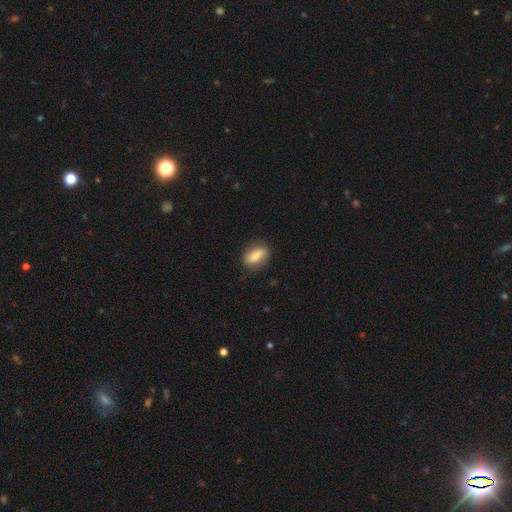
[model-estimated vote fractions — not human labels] Smooth or featured? Predicted: smooth (p=0.76). How rounded? Predicted: in between (p=0.82). Merging? Predicted: none (p=0.82).